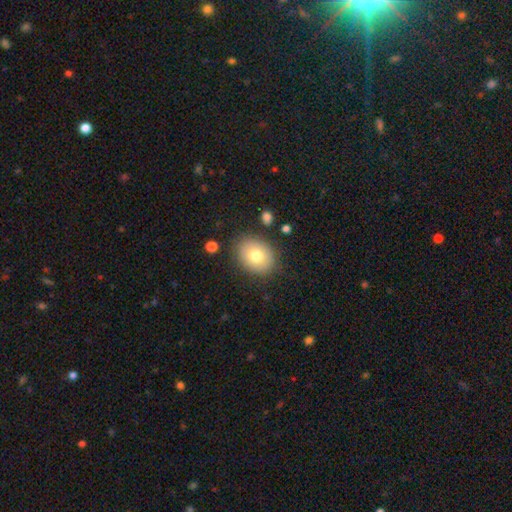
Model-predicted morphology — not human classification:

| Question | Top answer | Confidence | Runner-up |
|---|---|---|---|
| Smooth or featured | smooth | 76% | featured or disk (16%) |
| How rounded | in between | 56% | round (43%) |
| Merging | none | 83% | minor disturbance (11%) |